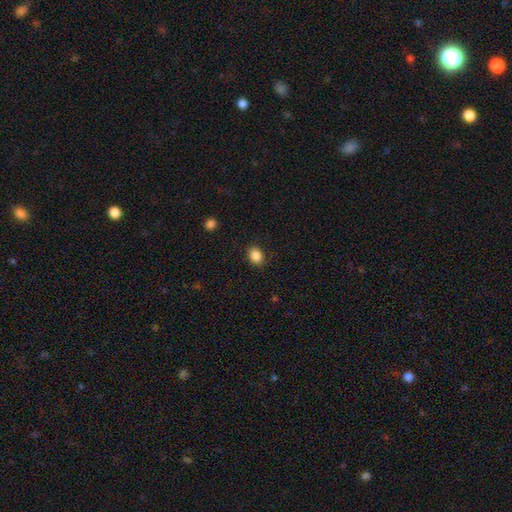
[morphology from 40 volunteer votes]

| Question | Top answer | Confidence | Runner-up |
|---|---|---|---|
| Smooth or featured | smooth | 95% | star or artifact (5%) |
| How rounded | round | 61% | in between (39%) |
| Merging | none | 97% | minor disturbance (3%) |